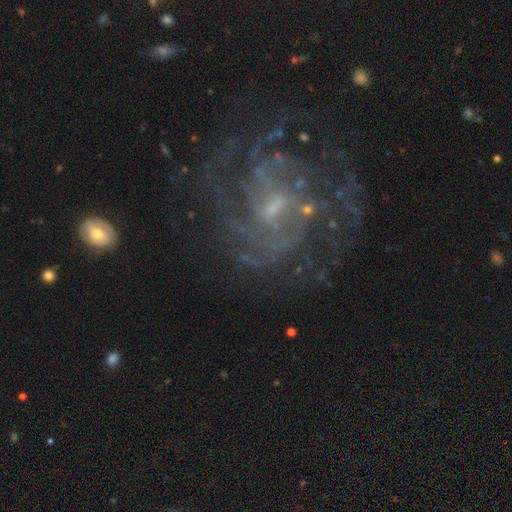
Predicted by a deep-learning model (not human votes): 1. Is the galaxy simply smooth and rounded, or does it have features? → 82% featured or disk, 11% star or artifact, 7% smooth.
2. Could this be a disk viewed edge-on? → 97% no, 3% yes.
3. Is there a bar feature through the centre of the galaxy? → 50% weak, 38% no, 12% strong.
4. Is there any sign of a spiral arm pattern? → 90% yes, 10% no.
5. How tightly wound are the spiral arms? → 49% tight, 38% medium, 13% loose.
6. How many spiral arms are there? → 41% can't tell, 16% 3, 15% 2, 13% 4, 8% more than 4, 7% 1.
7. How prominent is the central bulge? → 57% small, 23% moderate, 17% none, 2% large, 1% dominant.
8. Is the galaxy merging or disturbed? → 67% none, 16% minor disturbance, 15% major disturbance, 2% merger.